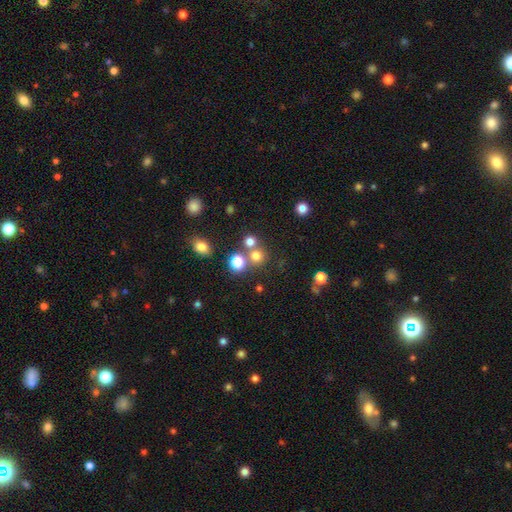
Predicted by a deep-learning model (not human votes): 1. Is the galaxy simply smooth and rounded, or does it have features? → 72% smooth, 20% star or artifact, 9% featured or disk.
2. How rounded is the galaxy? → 89% round, 10% in between, 1% cigar-shaped.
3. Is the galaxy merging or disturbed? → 63% none, 27% merger, 7% minor disturbance, 3% major disturbance.